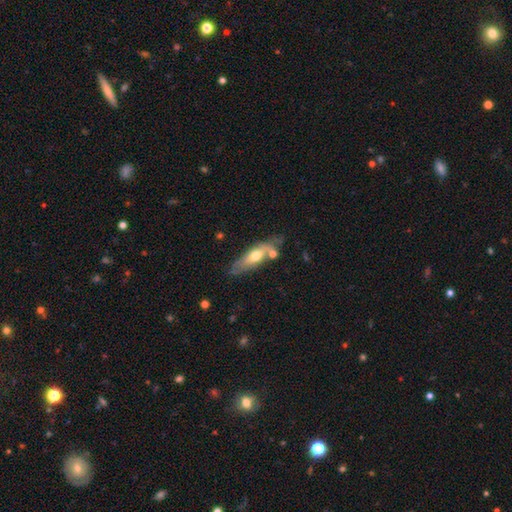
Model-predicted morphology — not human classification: smooth-or-featured: featured or disk: 48% | smooth: 46% | star or artifact: 6%
  merging: none: 58% | minor disturbance: 23% | merger: 12% | major disturbance: 7%